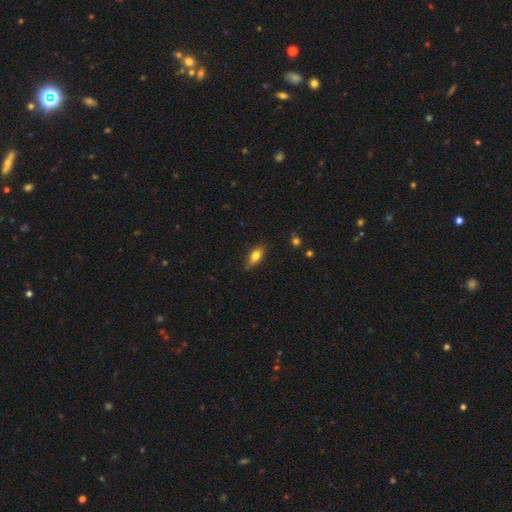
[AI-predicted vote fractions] Smooth or featured? smooth (78%)
How rounded? in between (83%)
Merging? none (77%)